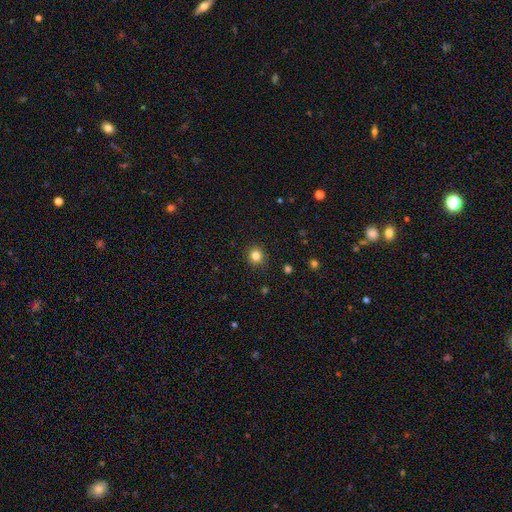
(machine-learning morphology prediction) Smooth or featured: smooth — 82% (star or artifact — 13%)
How rounded: round — 90% (in between — 9%)
Merging: none — 90% (minor disturbance — 6%)